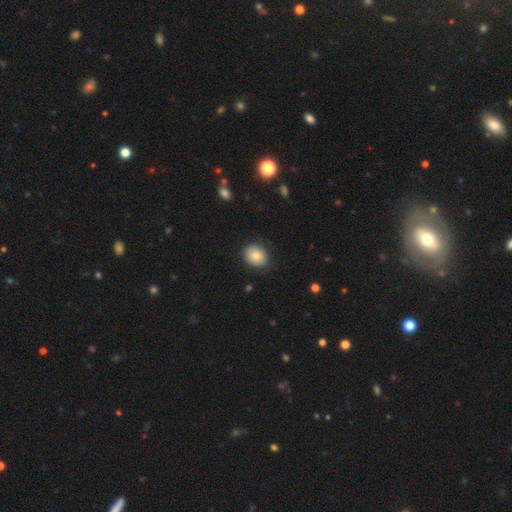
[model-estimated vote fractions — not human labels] Smooth or featured? Predicted: smooth (p=0.84). How rounded? Predicted: round (p=0.66). Merging? Predicted: none (p=0.85).